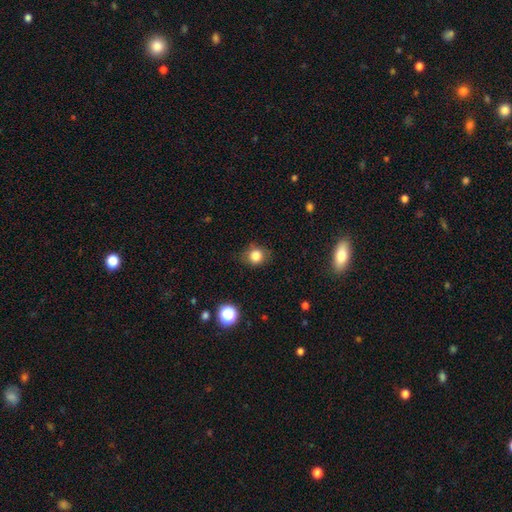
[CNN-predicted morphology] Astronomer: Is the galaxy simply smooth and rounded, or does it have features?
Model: smooth — 82%.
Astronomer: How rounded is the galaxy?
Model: round — 80%.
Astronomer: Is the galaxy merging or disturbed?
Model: none — 78%.